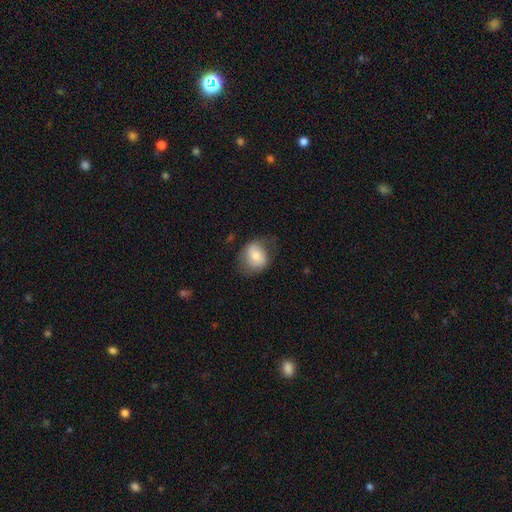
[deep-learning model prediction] Q: Smooth or featured?
A: smooth (67%); runner-up: featured or disk (25%)
Q: How rounded?
A: round (56%); runner-up: in between (43%)
Q: Merging?
A: none (59%); runner-up: minor disturbance (27%)